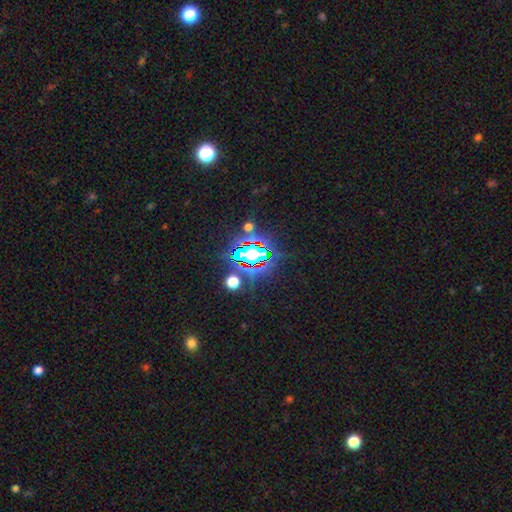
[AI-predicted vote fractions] smooth-or-featured: star or artifact: 76% | smooth: 14% | featured or disk: 10%